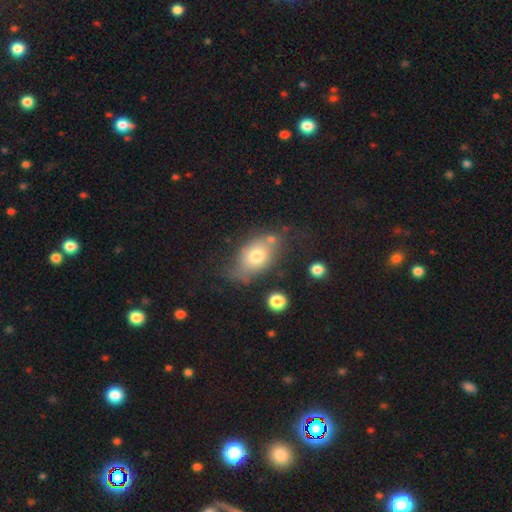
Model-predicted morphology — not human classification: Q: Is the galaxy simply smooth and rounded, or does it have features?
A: smooth — 70%.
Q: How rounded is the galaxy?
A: in between — 84%.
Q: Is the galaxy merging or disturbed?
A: none — 54%.